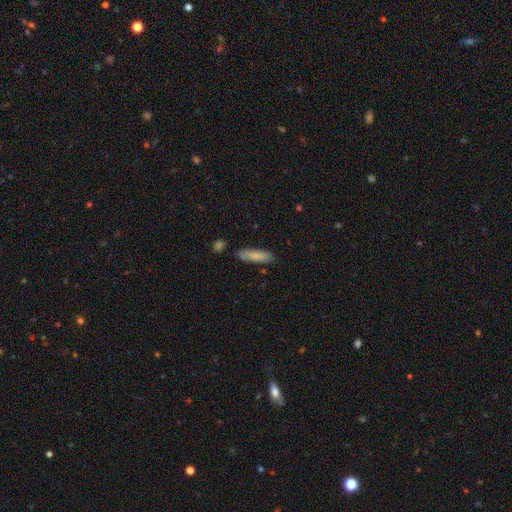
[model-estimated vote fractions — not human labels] A smooth galaxy with no disk features (81%) that is cigar-shaped (67%).

Vote fractions:
- Smooth or featured? smooth: 81% / featured or disk: 12% / star or artifact: 6%
- How rounded? cigar-shaped: 67% / in between: 32% / round: 2%
- Merging? none: 78% / minor disturbance: 15% / merger: 4% / major disturbance: 3%